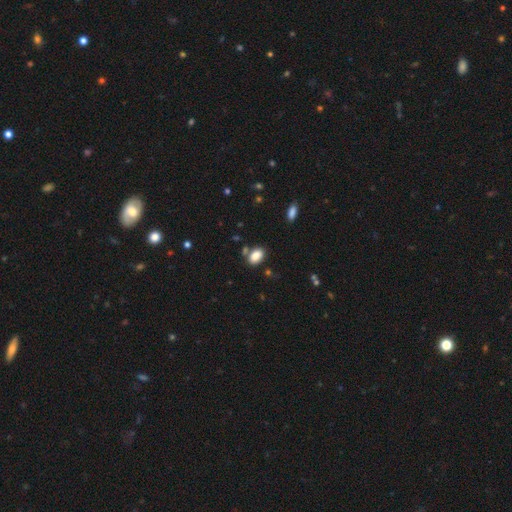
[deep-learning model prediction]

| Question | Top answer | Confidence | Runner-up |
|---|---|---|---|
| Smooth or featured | smooth | 86% | star or artifact (9%) |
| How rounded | in between | 87% | round (12%) |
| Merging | none | 72% | minor disturbance (13%) |